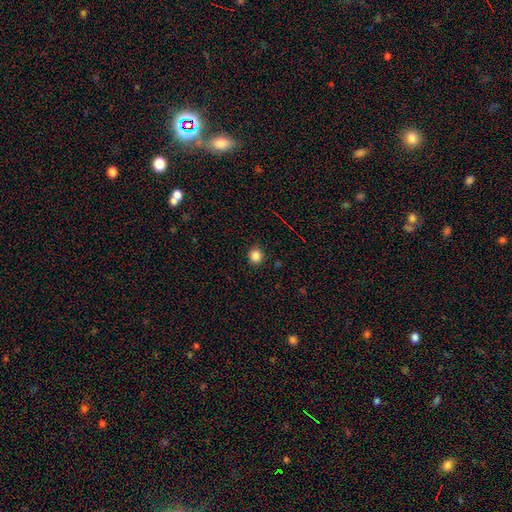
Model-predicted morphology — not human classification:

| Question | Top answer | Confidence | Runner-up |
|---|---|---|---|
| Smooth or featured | smooth | 84% | star or artifact (12%) |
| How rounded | round | 85% | in between (14%) |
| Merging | none | 90% | minor disturbance (7%) |